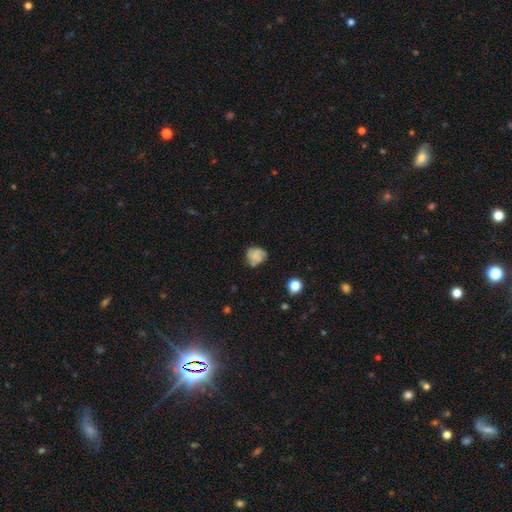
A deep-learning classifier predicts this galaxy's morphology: This appears to be a smooth galaxy with no disk features (59%) that is round (68%). Merging: none (57%).